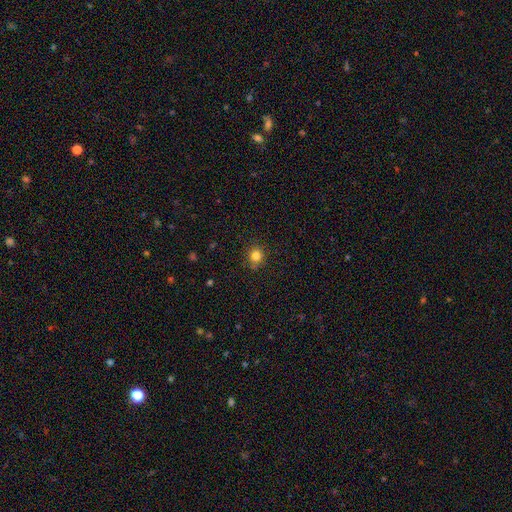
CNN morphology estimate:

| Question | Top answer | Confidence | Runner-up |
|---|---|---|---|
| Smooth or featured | smooth | 82% | star or artifact (13%) |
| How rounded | round | 85% | in between (14%) |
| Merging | none | 85% | minor disturbance (11%) |